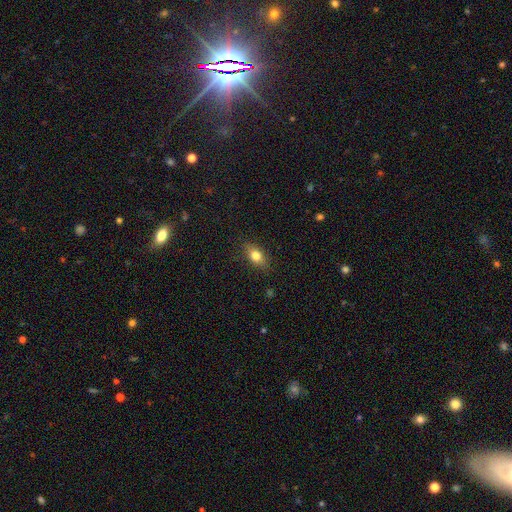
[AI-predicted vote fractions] Q: Smooth or featured?
A: smooth (79%); runner-up: featured or disk (12%)
Q: How rounded?
A: in between (83%); runner-up: round (11%)
Q: Merging?
A: none (85%); runner-up: minor disturbance (12%)